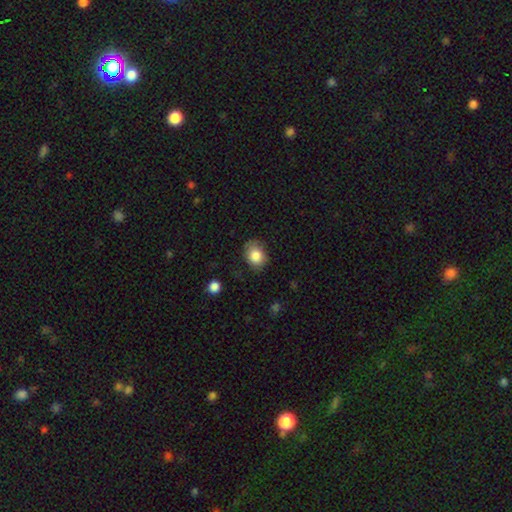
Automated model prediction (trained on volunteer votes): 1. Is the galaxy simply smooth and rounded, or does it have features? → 84% smooth, 8% star or artifact, 8% featured or disk.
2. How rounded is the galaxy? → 53% in between, 47% round, 1% cigar-shaped.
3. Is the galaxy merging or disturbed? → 74% none, 20% minor disturbance, 5% major disturbance, 1% merger.